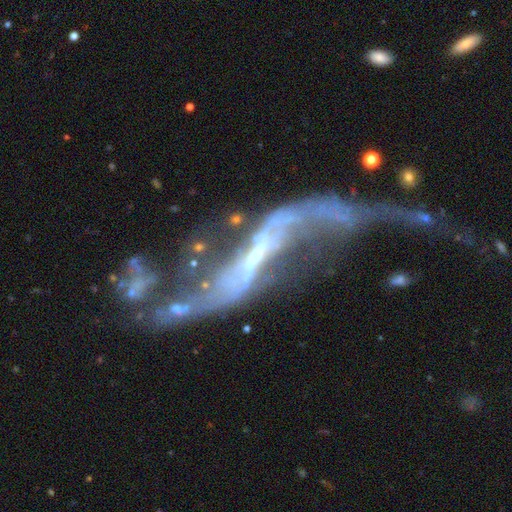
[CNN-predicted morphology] This appears to be a featured or disk galaxy (84%) with a strong bar (38%), 2 (85%) loose (90%) spiral arms (78%) and a small central bulge (52%). Merging: major disturbance (35%).